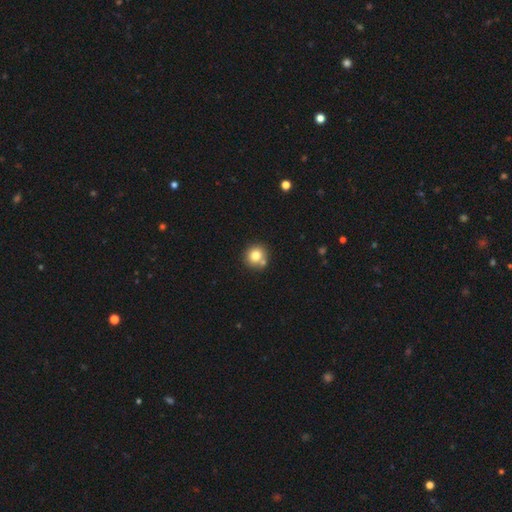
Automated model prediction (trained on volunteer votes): Smooth or featured? smooth (78%)
How rounded? round (89%)
Merging? none (67%)